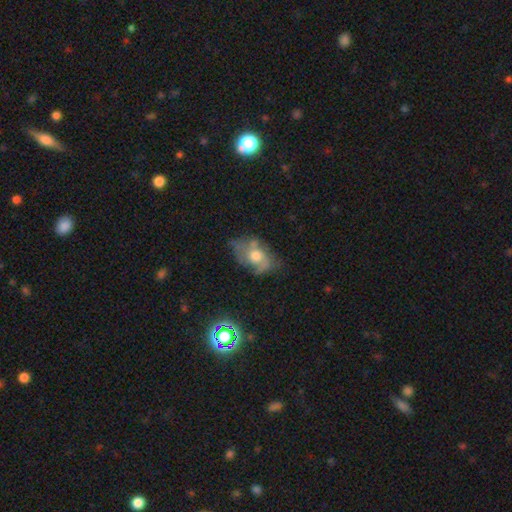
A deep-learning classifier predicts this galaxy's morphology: A featured or disk galaxy (52%). Merging: none (43%).